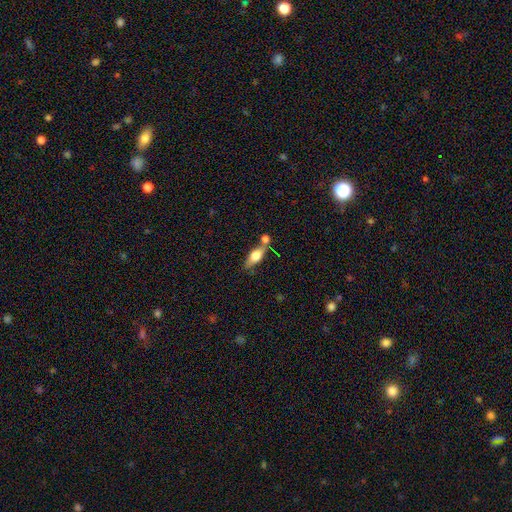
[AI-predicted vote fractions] Overall: smooth (57%; featured or disk 35%). How rounded: in between (66%; cigar-shaped 29%). Merging: none (57%; merger 23%).